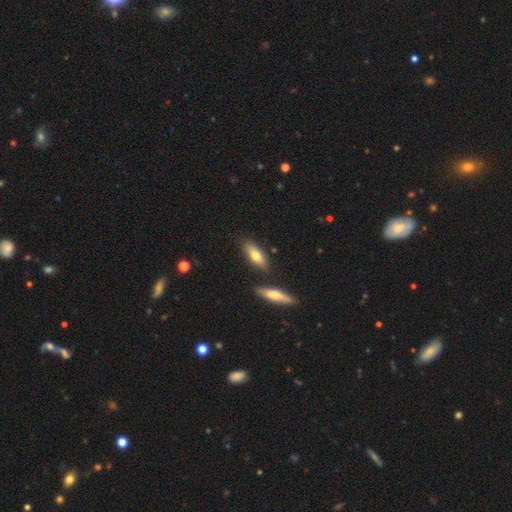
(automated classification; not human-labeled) This appears to be a smooth galaxy with no disk features (71%) that is in between round and cigar-shaped (63%). Merging: none (80%).